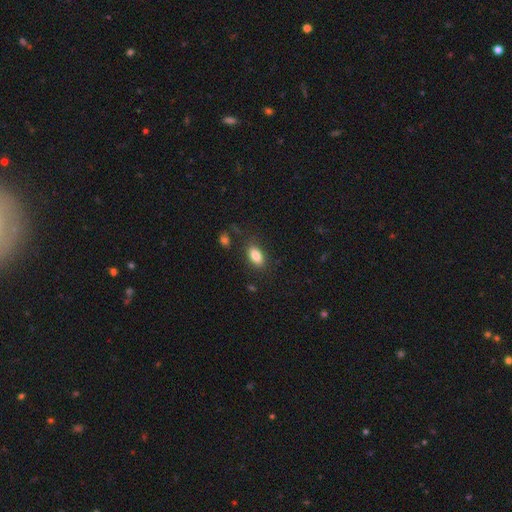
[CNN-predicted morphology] Smooth or featured? smooth (85%)
How rounded? in between (89%)
Merging? none (83%)